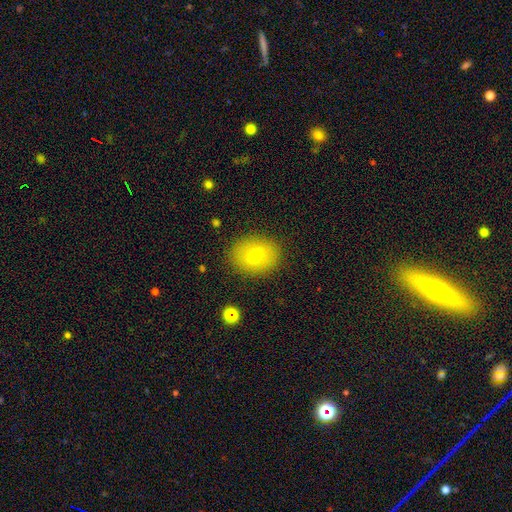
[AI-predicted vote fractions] Overall: smooth (65%). How rounded: round (56%; in between 43%). Merging: none (86%).